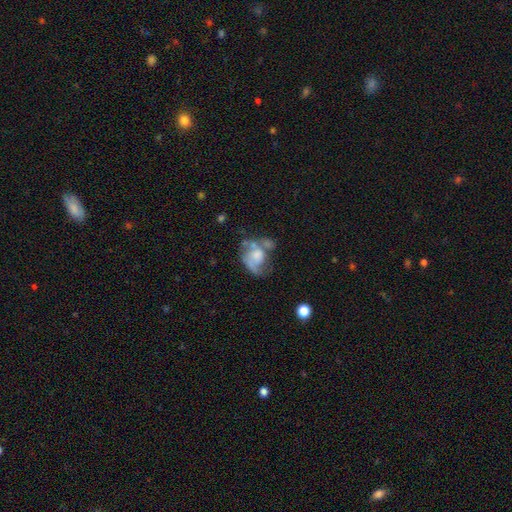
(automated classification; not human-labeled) Smooth or featured: featured or disk — 55% (smooth — 37%)
Edge-on disk: no — 97% (yes — 3%)
Bar: no — 80% (weak — 16%)
Spiral arms: yes — 51% (no — 49%)
Bulge size: none — 30% (moderate — 28%)
Merging: major disturbance — 34% (none — 25%)